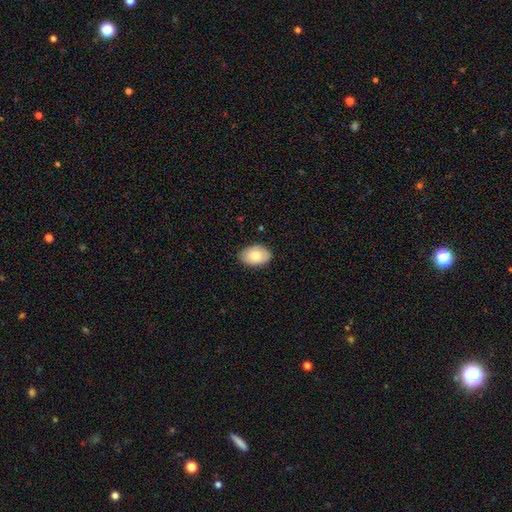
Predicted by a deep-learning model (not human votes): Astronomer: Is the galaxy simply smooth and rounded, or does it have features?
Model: smooth — 77%.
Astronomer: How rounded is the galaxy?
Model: in between — 85%.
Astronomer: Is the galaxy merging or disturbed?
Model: none — 84%.